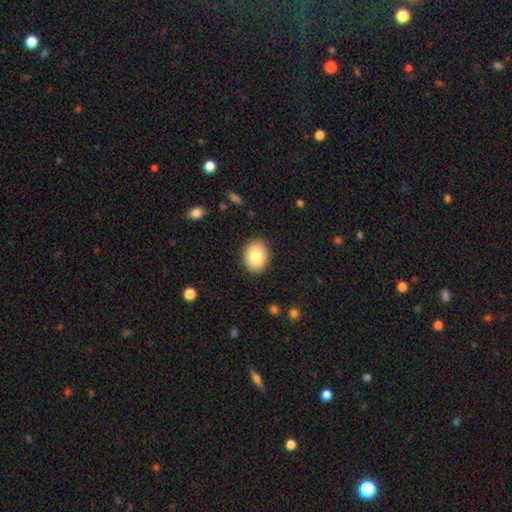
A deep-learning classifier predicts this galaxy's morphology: smooth-or-featured: smooth: 84% | featured or disk: 9% | star or artifact: 8%
  how-rounded: in between: 55% | round: 45% | cigar-shaped: 1%
  merging: none: 89% | minor disturbance: 8% | major disturbance: 2% | merger: 1%